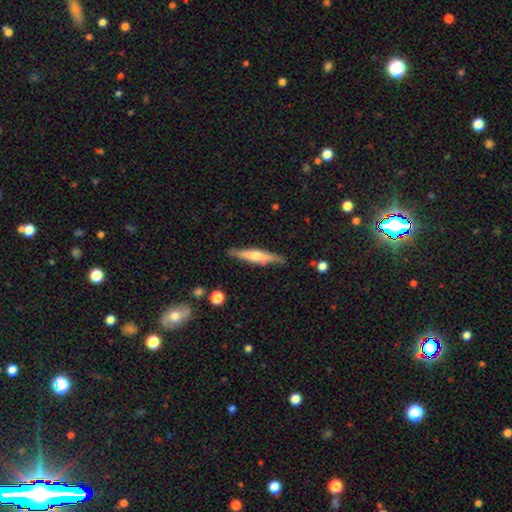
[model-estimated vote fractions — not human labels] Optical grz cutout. It shows a featured or disk galaxy (61%) viewed edge-on (96%) with a rounded central bulge (83%). Merging: none (87%).